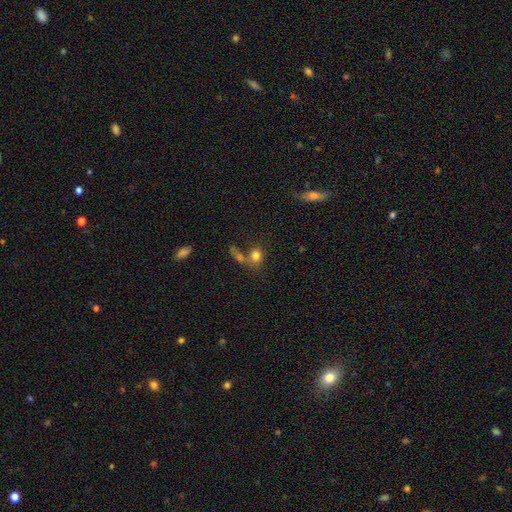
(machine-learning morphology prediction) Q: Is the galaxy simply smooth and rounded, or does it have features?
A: smooth — 77%.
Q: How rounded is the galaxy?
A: round — 49%, tied with in between.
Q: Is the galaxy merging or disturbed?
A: merger — 40%.